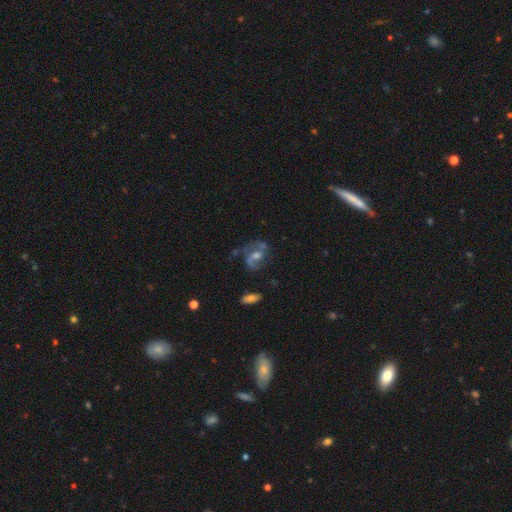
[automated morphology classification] smooth-or-featured: featured or disk: 77% | smooth: 12% | star or artifact: 11%
  disk-edge-on: no: 96% | yes: 4%
    bar: no: 45% | weak: 41% | strong: 14%
    has-spiral-arms: yes: 90% | no: 10%
      spiral-winding: medium: 50% | loose: 34% | tight: 16%
      spiral-arm-count: 2: 82% | can't tell: 7% | 1: 6% | 3: 3% | 4: 1% | more than 4: 1%
    bulge-size: moderate: 54% | small: 26% | large: 12% | none: 6% | dominant: 2%
  merging: none: 59% | major disturbance: 18% | minor disturbance: 17% | merger: 6%